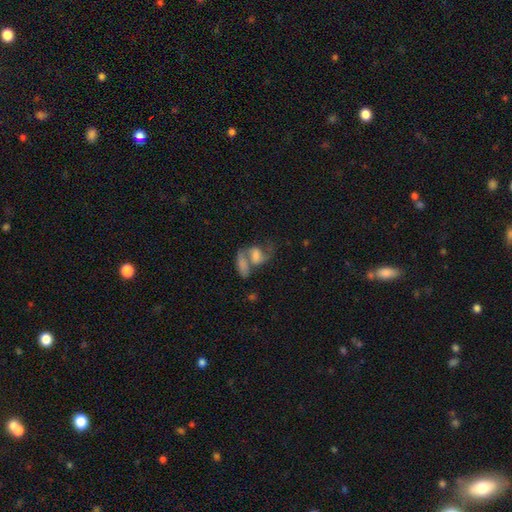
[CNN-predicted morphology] This is possibly a featured or disk galaxy (56%). It is clearly not viewed edge-on (96%). Bar: possibly no (55%). Spiral arm pattern: likely yes (78%). Central bulge: marginally moderate (33%). Merging: possibly merger (56%).